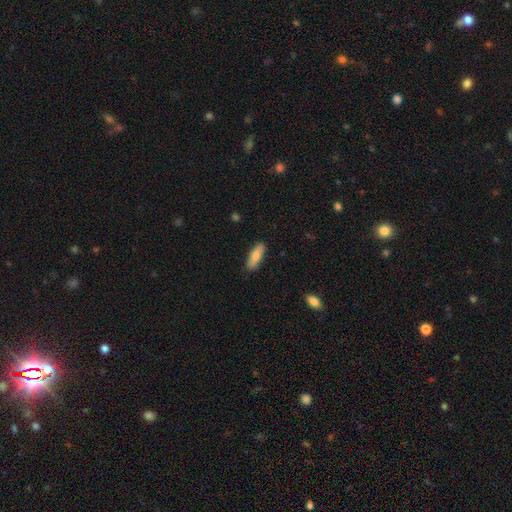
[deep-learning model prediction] Smooth or featured? Predicted: smooth (p=0.80). How rounded? Predicted: in between (p=0.58). Merging? Predicted: none (p=0.86).